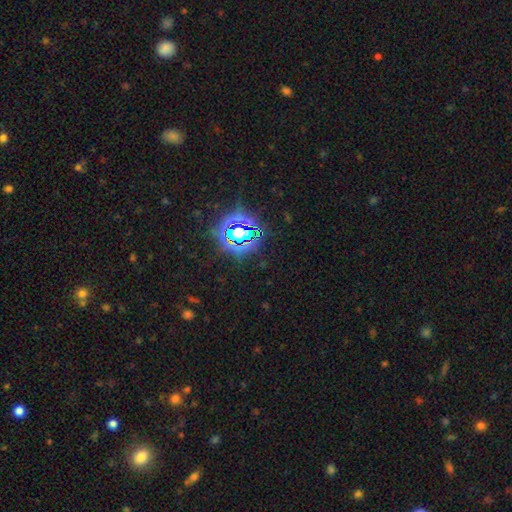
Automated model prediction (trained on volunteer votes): Smooth or featured? star or artifact (79%)